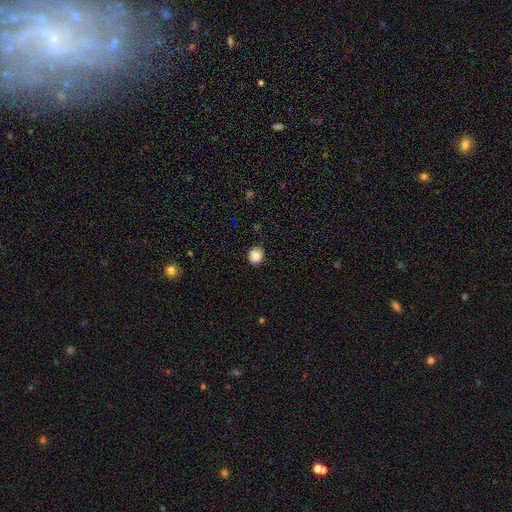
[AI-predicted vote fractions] Smooth or featured?
  - smooth: 88% *
  - star or artifact: 9%
  - featured or disk: 3%
How rounded?
  - round: 85% *
  - in between: 14%
  - cigar-shaped: 1%
Merging?
  - none: 88% *
  - minor disturbance: 9%
  - major disturbance: 2%
  - merger: 1%